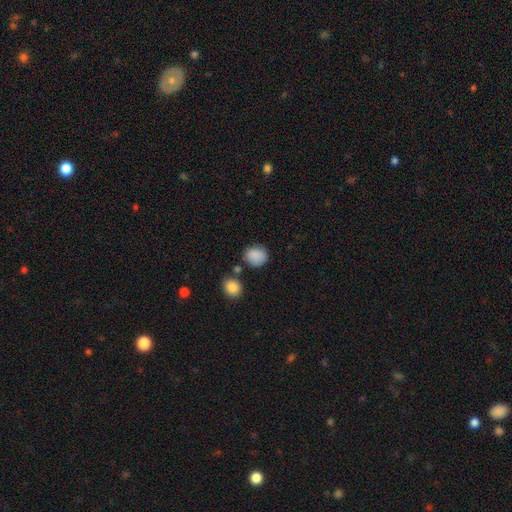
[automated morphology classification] A smooth galaxy with no disk features (88%) that is round (79%).

Vote fractions:
- Smooth or featured? smooth: 88% / star or artifact: 8% / featured or disk: 4%
- How rounded? round: 79% / in between: 20% / cigar-shaped: 1%
- Merging? none: 76% / minor disturbance: 13% / merger: 7% / major disturbance: 4%